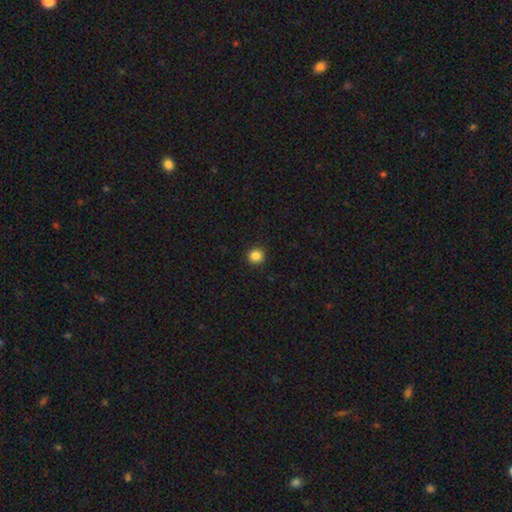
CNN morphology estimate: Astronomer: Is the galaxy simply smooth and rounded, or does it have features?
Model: smooth — 86%.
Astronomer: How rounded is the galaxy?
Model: round — 91%.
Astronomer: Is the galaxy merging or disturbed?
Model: none — 92%.